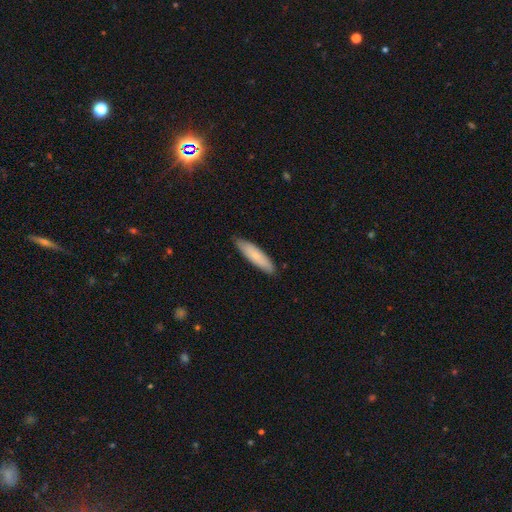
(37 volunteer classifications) Volunteers were most divided on "smooth or featured": smooth: 70%, featured or disk: 22%, star or artifact: 8%. More confident: merging — none (85%); how rounded — cigar-shaped (81%).